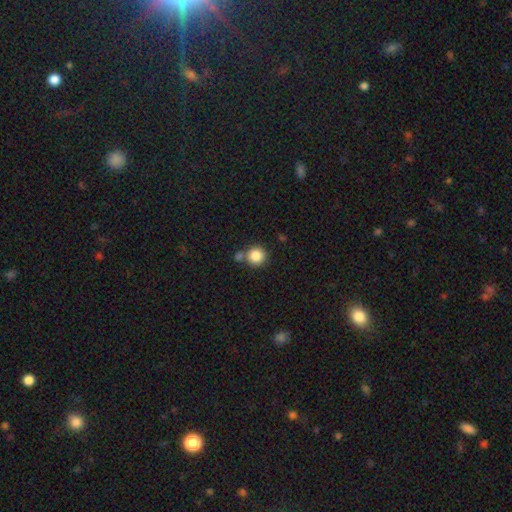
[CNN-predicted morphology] Smooth or featured? Predicted: smooth (p=0.84). How rounded? Predicted: round (p=0.93). Merging? Predicted: none (p=0.68).